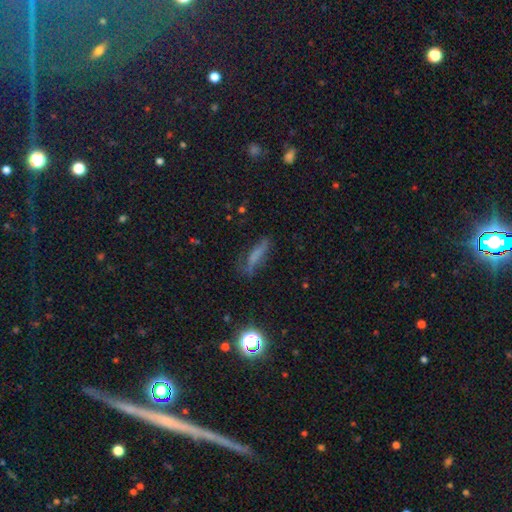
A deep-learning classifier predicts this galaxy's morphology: Overall: smooth (52%; featured or disk 28%). How rounded: cigar-shaped (70%). Merging: none (57%; minor disturbance 26%).